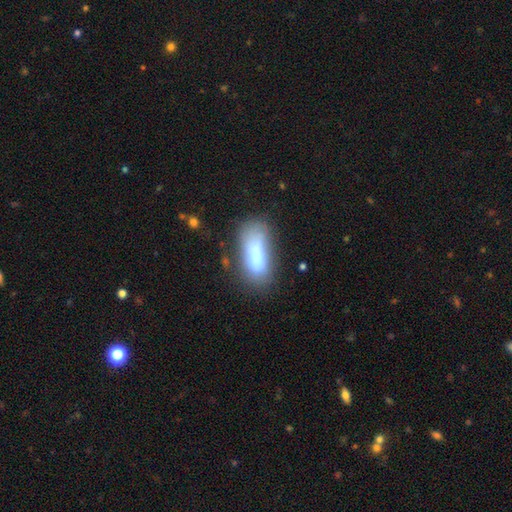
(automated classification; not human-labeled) This is likely a smooth galaxy (72%). How rounded: clearly in between (80%). Merging: likely none (61%).